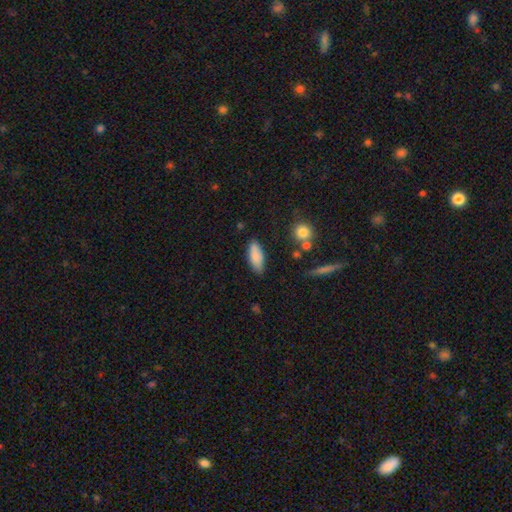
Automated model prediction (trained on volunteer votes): Smooth or featured?
  - smooth: 86% *
  - featured or disk: 8%
  - star or artifact: 7%
How rounded?
  - in between: 79% *
  - cigar-shaped: 19%
  - round: 2%
Merging?
  - none: 82% *
  - minor disturbance: 13%
  - major disturbance: 3%
  - merger: 2%